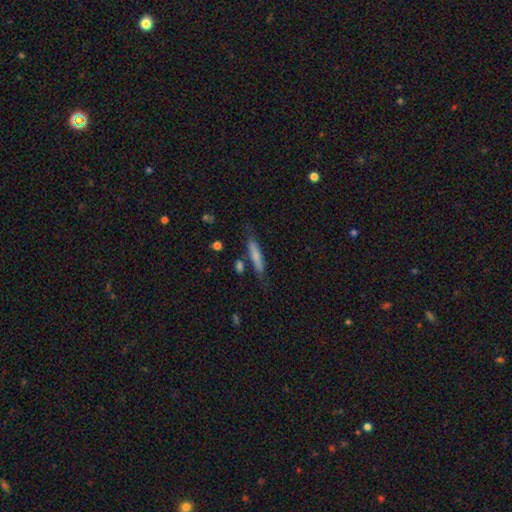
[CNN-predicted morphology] Smooth or featured: smooth — 68% (featured or disk — 25%)
How rounded: cigar-shaped — 88% (in between — 10%)
Merging: none — 74% (minor disturbance — 17%)